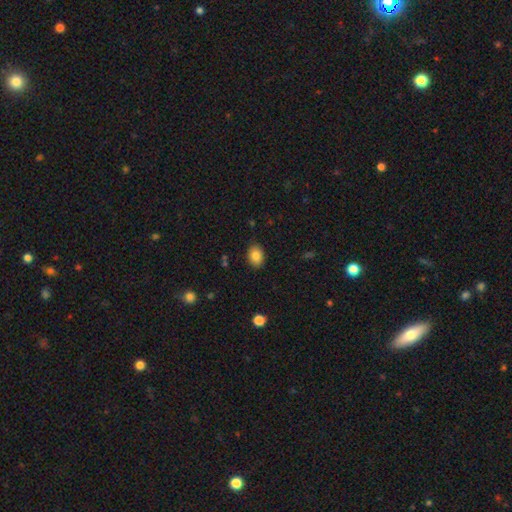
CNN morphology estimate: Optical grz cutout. It shows a smooth galaxy with no disk features (85%) that is in between round and cigar-shaped (71%). Merging: none (87%).